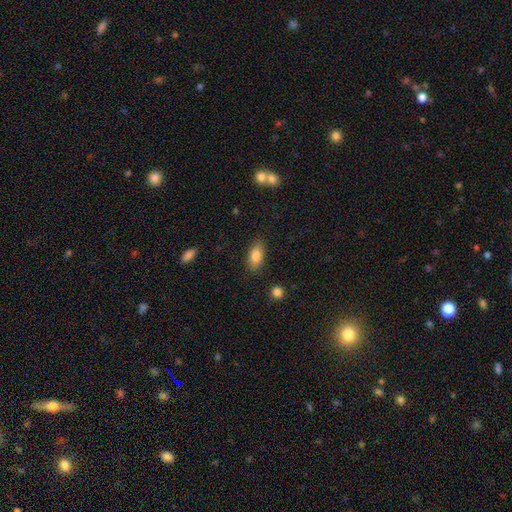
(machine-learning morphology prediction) A smooth galaxy with no disk features (84%) that is in between round and cigar-shaped (88%).

Vote fractions:
- Smooth or featured? smooth: 84% / featured or disk: 8% / star or artifact: 8%
- How rounded? in between: 88% / cigar-shaped: 8% / round: 4%
- Merging? none: 83% / minor disturbance: 12% / major disturbance: 3% / merger: 2%